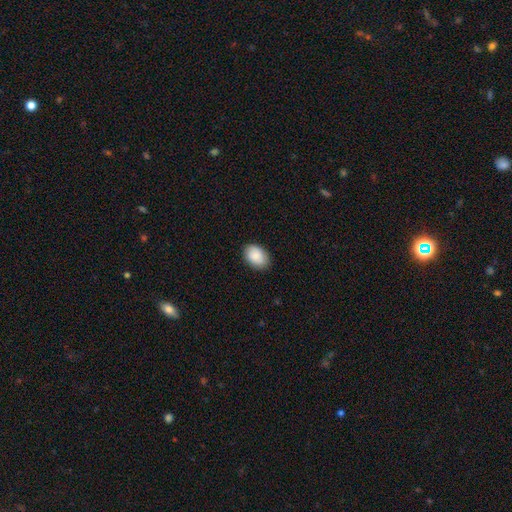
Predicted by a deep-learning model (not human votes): The model was most divided on "how rounded": in between: 85%, round: 14%, cigar-shaped: 1%. More confident: smooth or featured — smooth (88%); merging — none (87%).